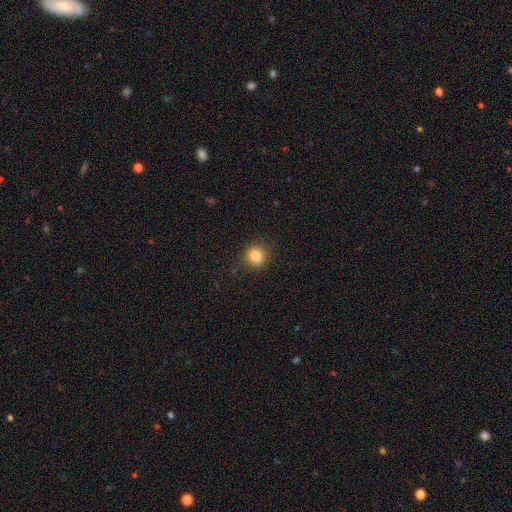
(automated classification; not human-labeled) Overall: smooth (85%). How rounded: round (66%; in between 33%). Merging: none (81%).